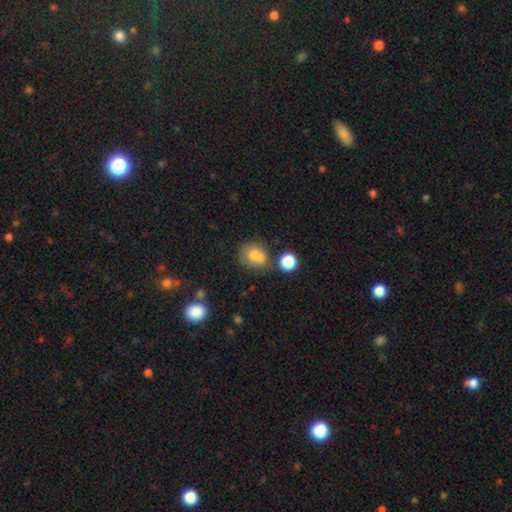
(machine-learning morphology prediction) Q: Smooth or featured?
A: smooth (75%); runner-up: featured or disk (13%)
Q: How rounded?
A: round (57%); runner-up: in between (41%)
Q: Merging?
A: none (48%); runner-up: minor disturbance (22%)